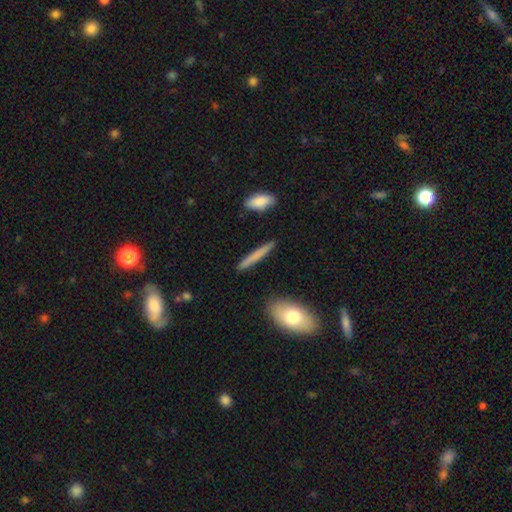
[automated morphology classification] Smooth or featured? Predicted: smooth (p=0.65). How rounded? Predicted: cigar-shaped (p=0.91). Merging? Predicted: none (p=0.90).